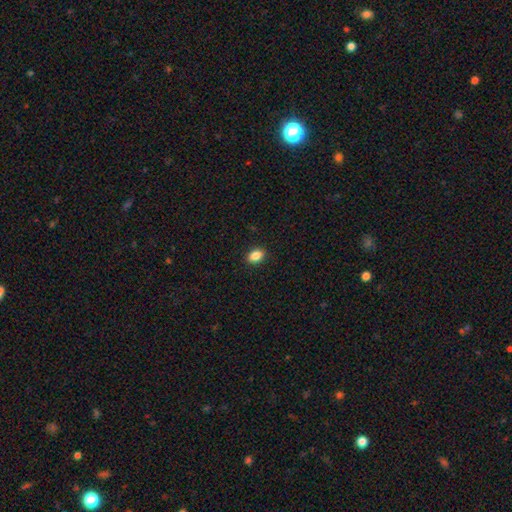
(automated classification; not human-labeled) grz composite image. It shows a smooth galaxy with no disk features (86%) that is in between round and cigar-shaped (81%). Merging: none (90%).